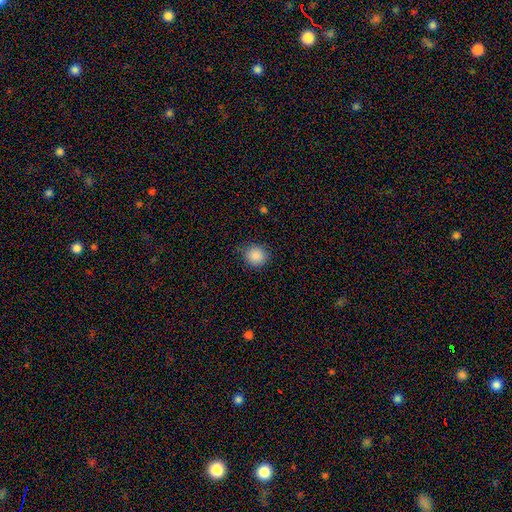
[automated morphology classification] Q: Smooth or featured?
A: smooth (88%); runner-up: star or artifact (9%)
Q: How rounded?
A: round (85%); runner-up: in between (14%)
Q: Merging?
A: none (83%); runner-up: minor disturbance (13%)